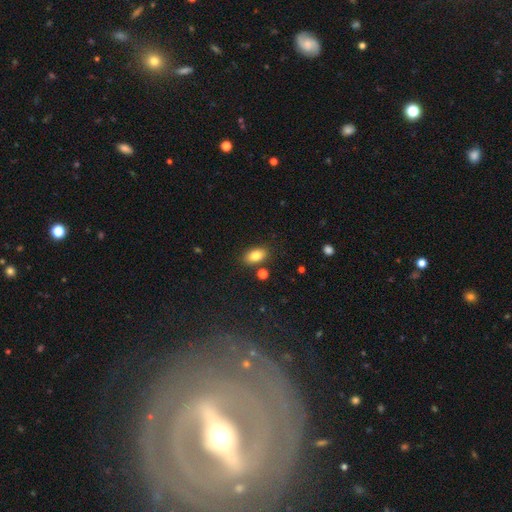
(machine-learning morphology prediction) smooth 82%, featured or disk 10%, star or artifact 9%. Down the decision tree: how rounded — in between (89%); merging — none (82%).